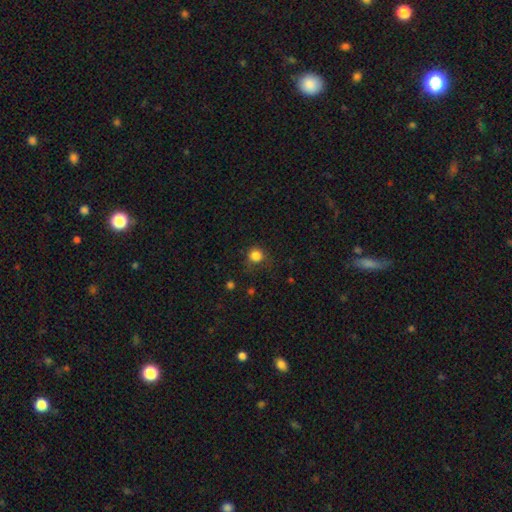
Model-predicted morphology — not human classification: smooth_or_featured: smooth (p=0.84) [alt: star or artifact p=0.12]
how_rounded: round (p=0.89) [alt: in between p=0.10]
merging: none (p=0.71) [alt: minor disturbance p=0.20]